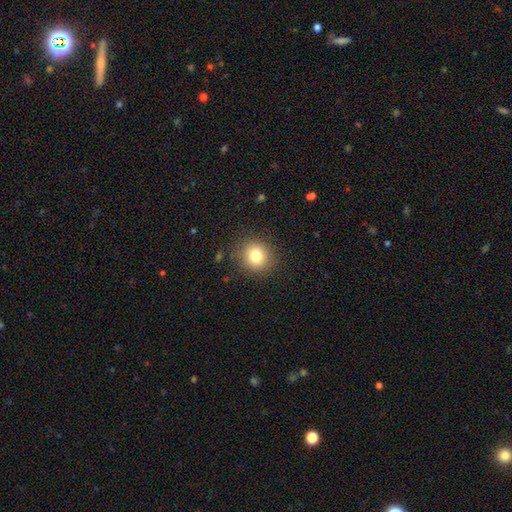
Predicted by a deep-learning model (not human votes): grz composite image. It shows a smooth galaxy with no disk features (80%) that is round (87%). Merging: none (88%).